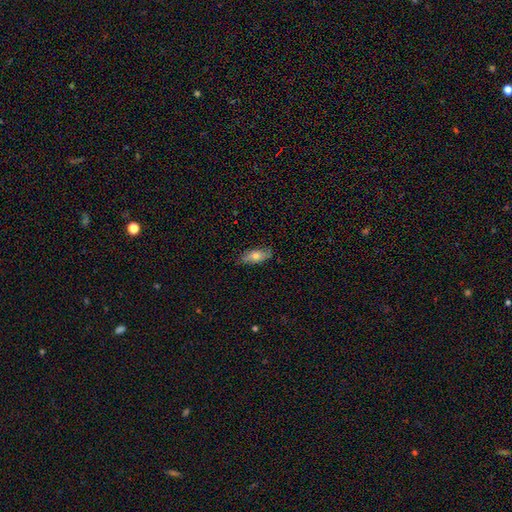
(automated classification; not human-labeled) Smooth or featured? Predicted: smooth (p=0.61). How rounded? Predicted: in between (p=0.71). Merging? Predicted: none (p=0.79).